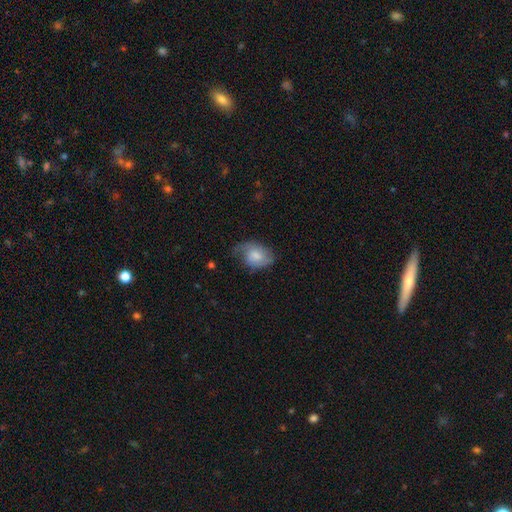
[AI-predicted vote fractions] Smooth or featured: smooth — 58% (featured or disk — 35%)
How rounded: in between — 74% (round — 25%)
Merging: none — 41% (minor disturbance — 35%)